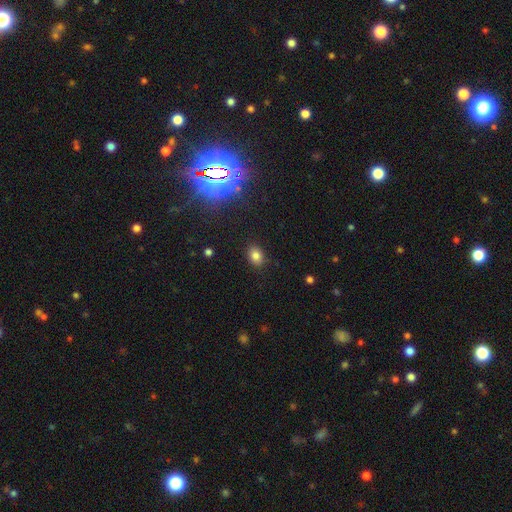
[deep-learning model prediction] Q: Smooth or featured?
A: smooth (79%); runner-up: star or artifact (14%)
Q: How rounded?
A: in between (69%); runner-up: round (30%)
Q: Merging?
A: none (87%); runner-up: minor disturbance (9%)